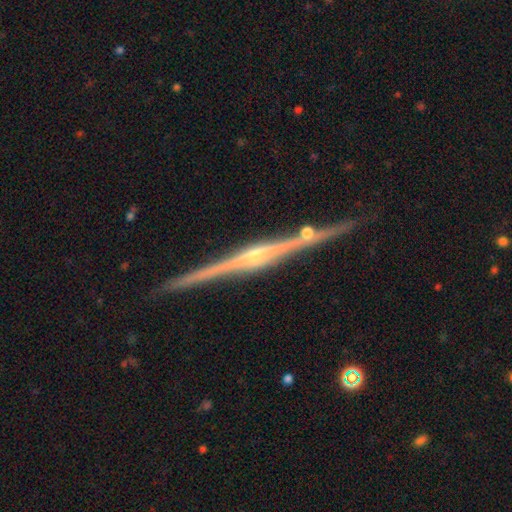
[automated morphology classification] Q: Smooth or featured?
A: featured or disk (89%); runner-up: smooth (6%)
Q: Edge-on disk?
A: yes (98%); runner-up: no (2%)
Q: Edge-on bulge?
A: rounded (77%); runner-up: none (13%)
Q: Merging?
A: none (87%); runner-up: minor disturbance (8%)